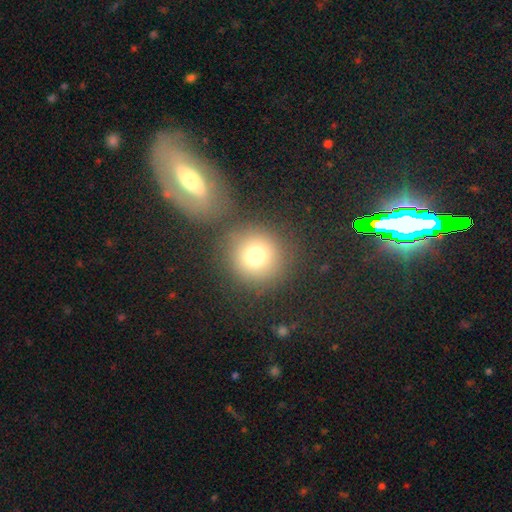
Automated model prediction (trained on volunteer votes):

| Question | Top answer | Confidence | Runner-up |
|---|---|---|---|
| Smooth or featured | smooth | 75% | star or artifact (15%) |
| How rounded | round | 91% | in between (8%) |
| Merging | none | 75% | merger (11%) |